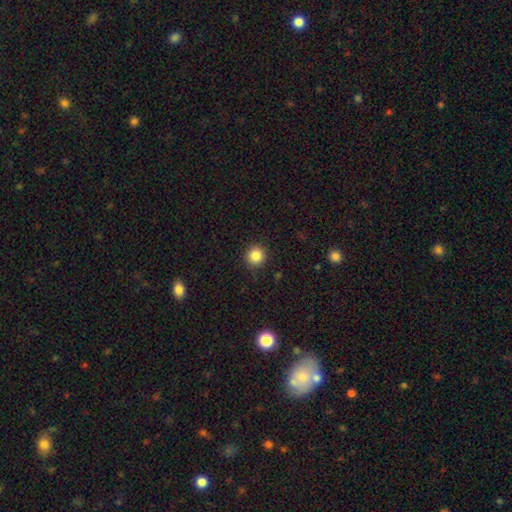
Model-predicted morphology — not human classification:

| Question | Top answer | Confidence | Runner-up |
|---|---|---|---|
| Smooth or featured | smooth | 85% | star or artifact (11%) |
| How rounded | round | 94% | in between (5%) |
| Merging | none | 91% | minor disturbance (6%) |